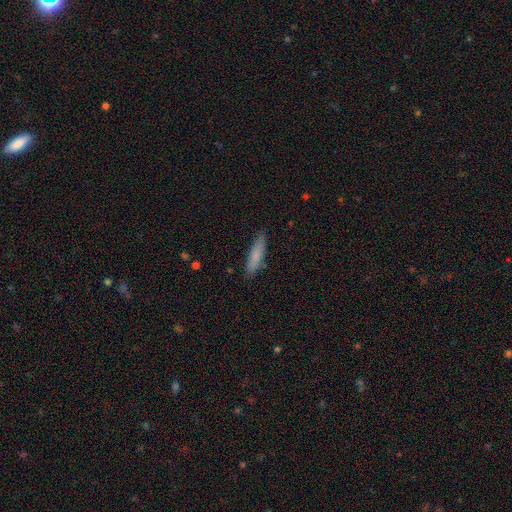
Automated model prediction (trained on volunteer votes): Smooth or featured? Predicted: smooth (p=0.76). How rounded? Predicted: cigar-shaped (p=0.82). Merging? Predicted: none (p=0.87).